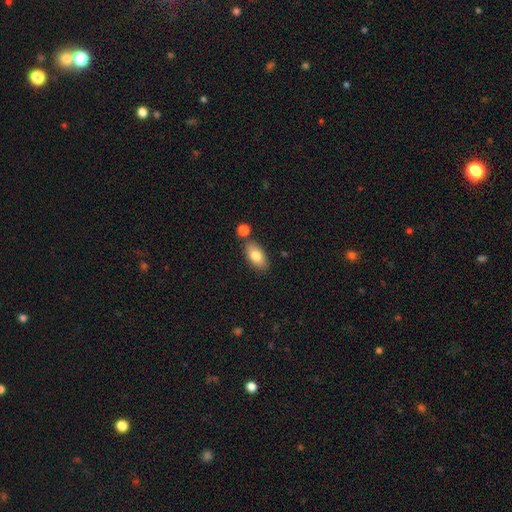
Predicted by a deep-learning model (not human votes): Morphology: type=smooth (79%); roundness=in between (92%); merging=none (74%).